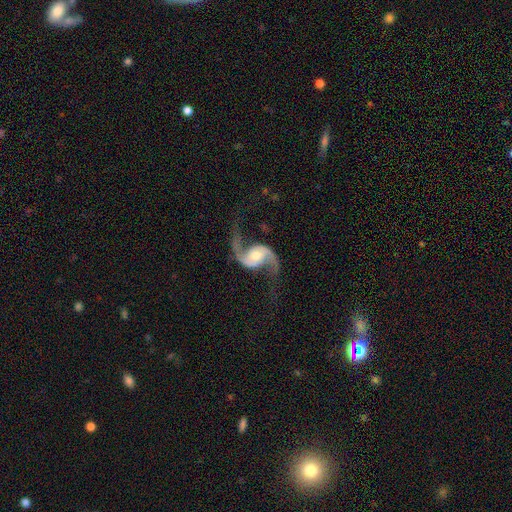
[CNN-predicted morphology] A featured or disk galaxy (93%) with no bar (49%), 2 (95%) loose (77%) spiral arms (98%) and a moderate central bulge (58%). Merging: none (76%).